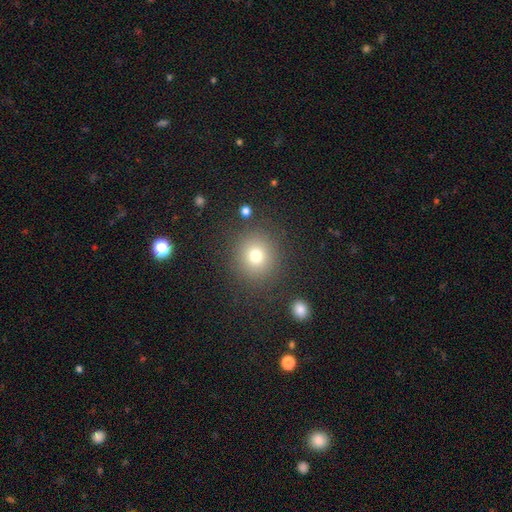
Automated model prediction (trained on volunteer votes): A smooth galaxy with no disk features (75%) that is round (90%). Merging: none (86%).